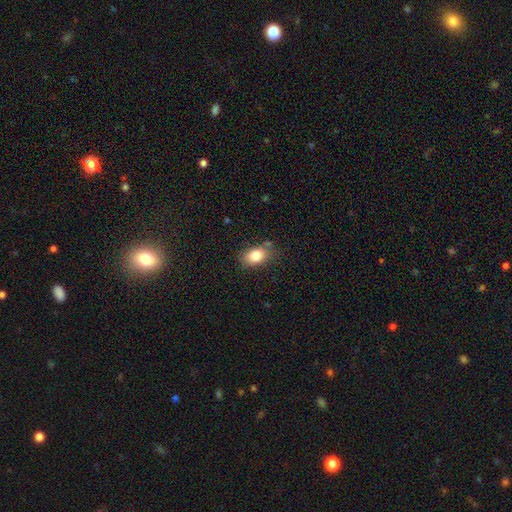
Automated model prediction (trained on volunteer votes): This is clearly a smooth galaxy (81%). How rounded: clearly in between (82%). Merging: likely none (75%).